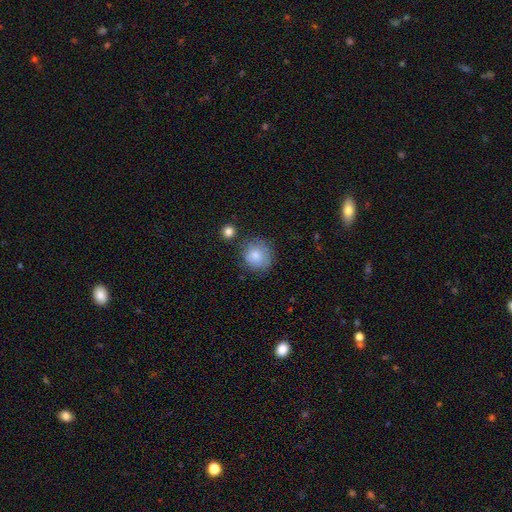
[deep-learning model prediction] Q: Smooth or featured?
A: smooth (82%); runner-up: featured or disk (10%)
Q: How rounded?
A: round (87%); runner-up: in between (12%)
Q: Merging?
A: none (74%); runner-up: minor disturbance (17%)